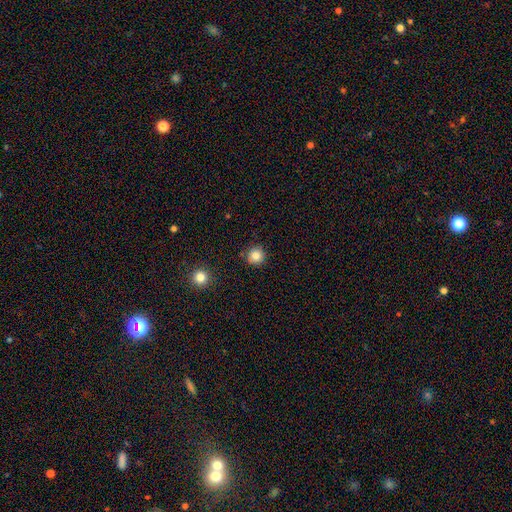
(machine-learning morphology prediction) A smooth galaxy with no disk features (84%) that is round (94%).

Vote fractions:
- Smooth or featured? smooth: 84% / star or artifact: 11% / featured or disk: 5%
- How rounded? round: 94% / in between: 5% / cigar-shaped: 1%
- Merging? none: 88% / minor disturbance: 8% / major disturbance: 2% / merger: 2%